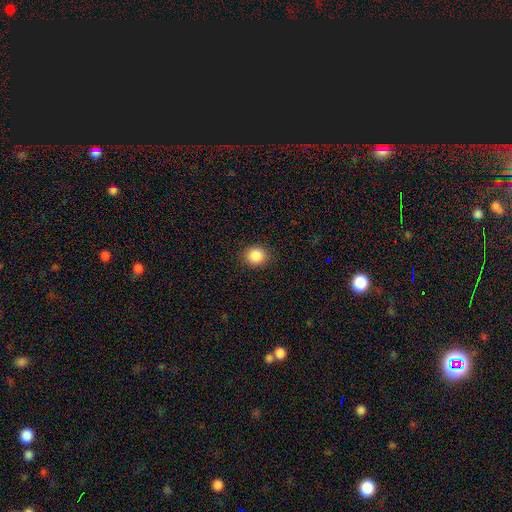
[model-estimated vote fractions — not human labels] This appears to be a smooth galaxy with no disk features (88%) that is round (85%). Merging: none (90%).